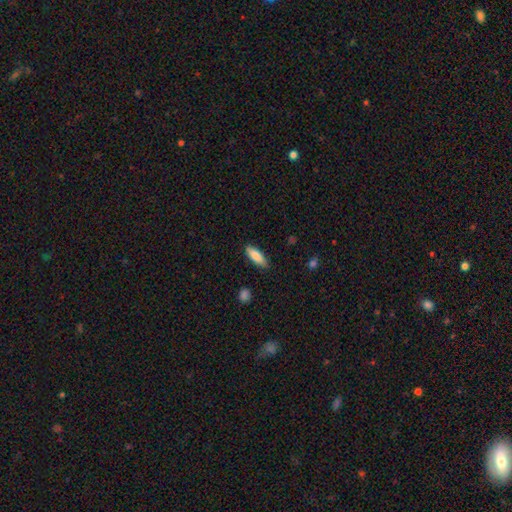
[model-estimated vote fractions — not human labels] This is clearly a smooth galaxy (83%). How rounded: possibly in between (54%). Merging: clearly none (84%).